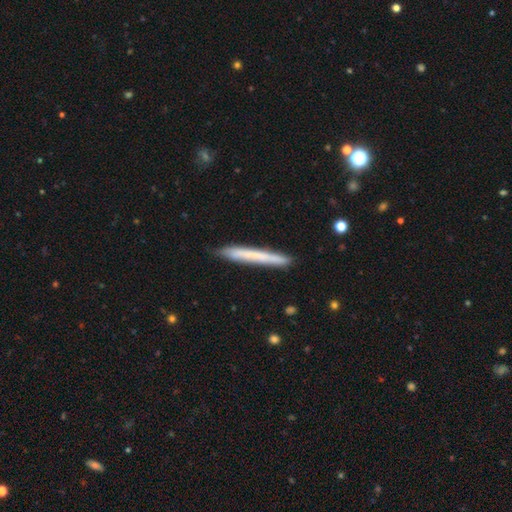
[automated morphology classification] type=smooth (64%); roundness=cigar-shaped (97%); merging=none (88%).